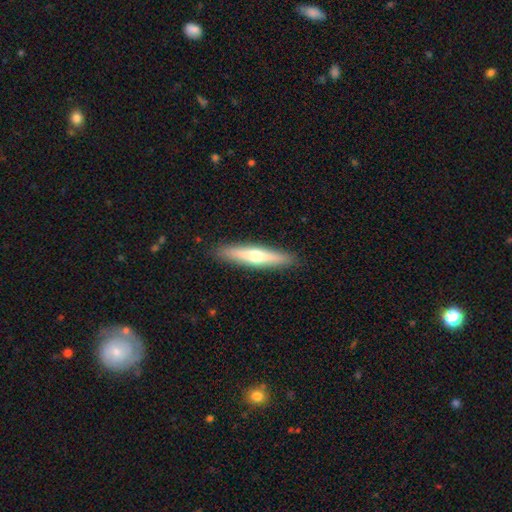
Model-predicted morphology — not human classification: smooth 48%, featured or disk 47%, star or artifact 6%. Down the decision tree: merging — none (90%).